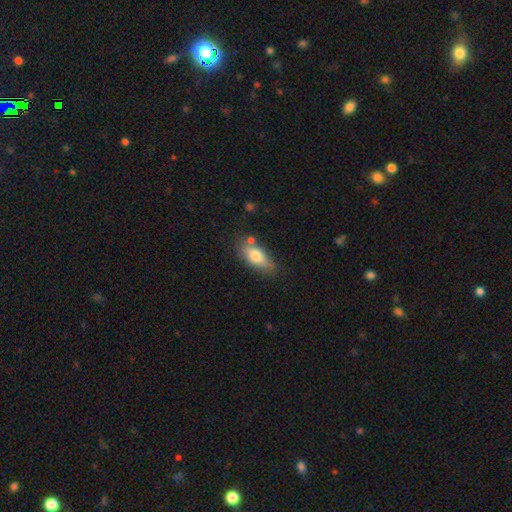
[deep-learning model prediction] smooth 73%, featured or disk 20%, star or artifact 7%. Down the decision tree: how rounded — in between (81%); merging — none (66%).